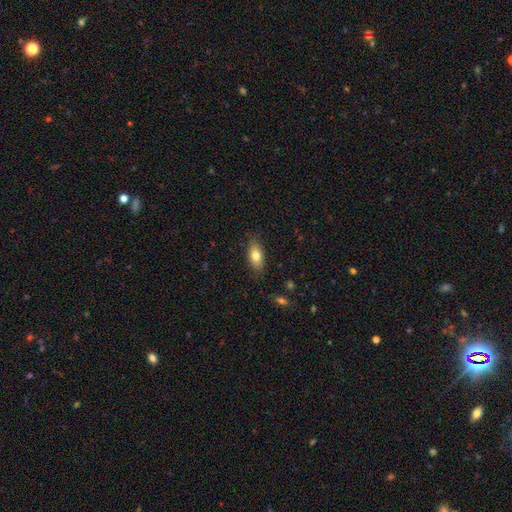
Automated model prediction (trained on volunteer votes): Smooth or featured?
  - smooth: 77% *
  - featured or disk: 15%
  - star or artifact: 7%
How rounded?
  - in between: 85% *
  - cigar-shaped: 11%
  - round: 4%
Merging?
  - none: 83% *
  - minor disturbance: 13%
  - major disturbance: 3%
  - merger: 1%